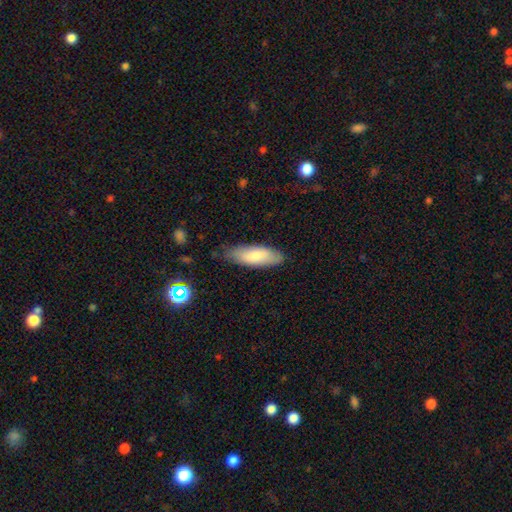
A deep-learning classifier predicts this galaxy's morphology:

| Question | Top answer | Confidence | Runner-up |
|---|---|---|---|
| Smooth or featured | smooth | 78% | featured or disk (16%) |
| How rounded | in between | 62% | cigar-shaped (36%) |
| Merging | none | 78% | minor disturbance (17%) |